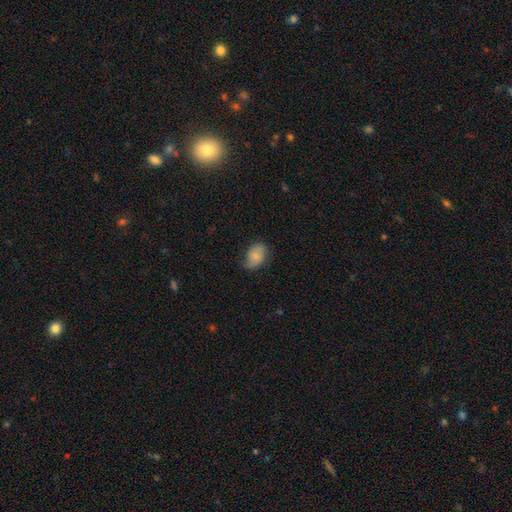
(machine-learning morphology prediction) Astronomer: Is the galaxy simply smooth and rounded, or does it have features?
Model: smooth — 69%.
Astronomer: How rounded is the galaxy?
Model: in between — 83%.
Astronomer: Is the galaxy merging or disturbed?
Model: none — 66%.